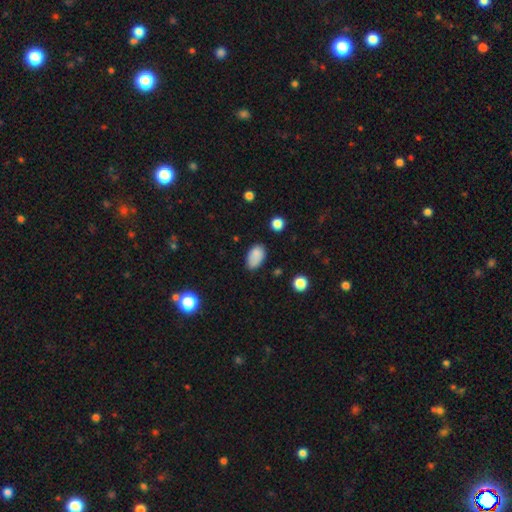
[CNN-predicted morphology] A smooth galaxy with no disk features (84%) that is in between round and cigar-shaped (92%). Merging: none (70%).